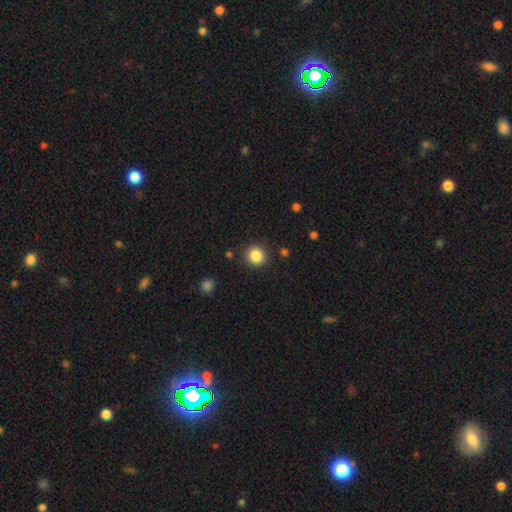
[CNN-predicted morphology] Q: Smooth or featured?
A: smooth (85%); runner-up: star or artifact (11%)
Q: How rounded?
A: round (94%); runner-up: in between (5%)
Q: Merging?
A: none (90%); runner-up: minor disturbance (6%)